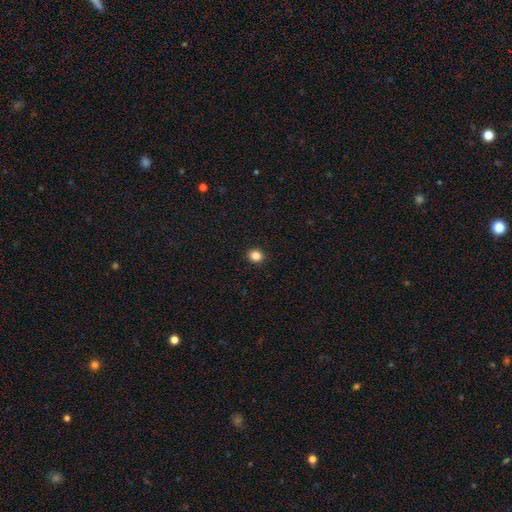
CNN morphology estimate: Overall: smooth (85%). How rounded: round (71%). Merging: none (92%).